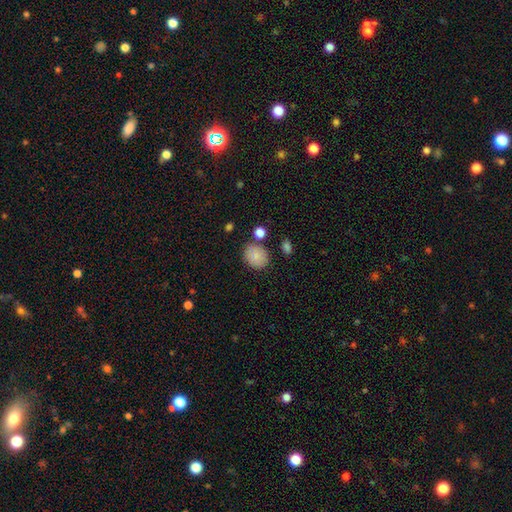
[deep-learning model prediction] smooth 86%, star or artifact 8%, featured or disk 6%. Down the decision tree: how rounded — round (64%); merging — none (77%).